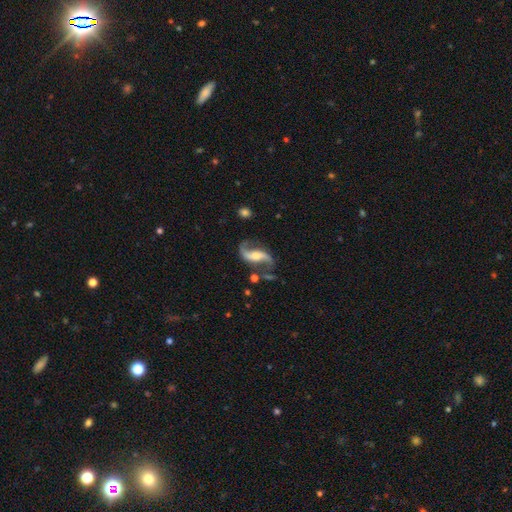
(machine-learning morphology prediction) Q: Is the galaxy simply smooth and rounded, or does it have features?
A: featured or disk — 90%.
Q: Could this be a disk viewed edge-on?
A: no — 96%.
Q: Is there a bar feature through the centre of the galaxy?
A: no — 40%.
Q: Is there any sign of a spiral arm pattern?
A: yes — 97%.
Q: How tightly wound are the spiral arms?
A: loose — 78%.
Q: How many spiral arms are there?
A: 2 — 93%.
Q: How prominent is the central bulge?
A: moderate — 54%.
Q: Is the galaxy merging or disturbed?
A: none — 72%.